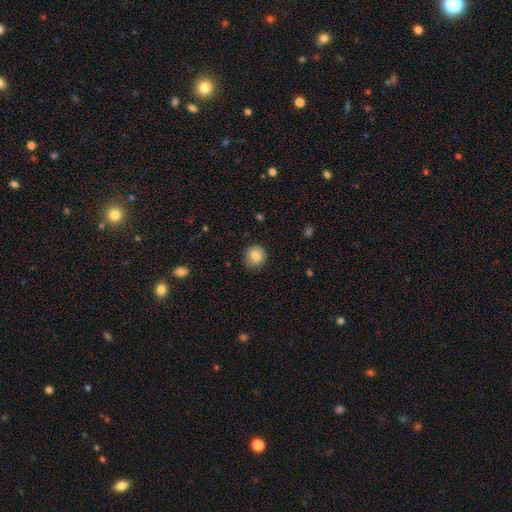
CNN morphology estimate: smooth-or-featured: smooth: 83% | star or artifact: 9% | featured or disk: 8%
  how-rounded: round: 85% | in between: 14% | cigar-shaped: 1%
  merging: none: 83% | minor disturbance: 13% | major disturbance: 3% | merger: 1%